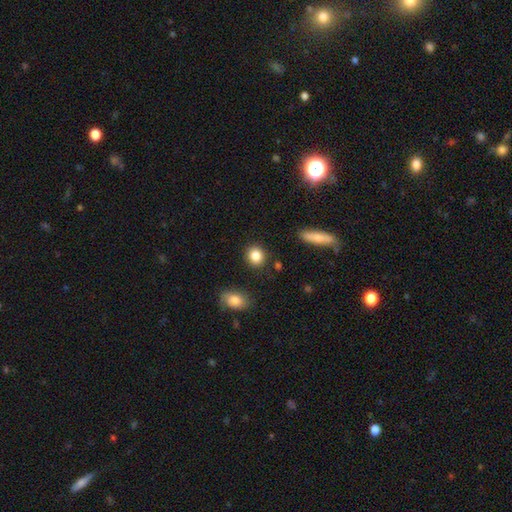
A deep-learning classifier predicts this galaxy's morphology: This appears to be a smooth galaxy with no disk features (85%) that is round (74%). Merging: none (88%).